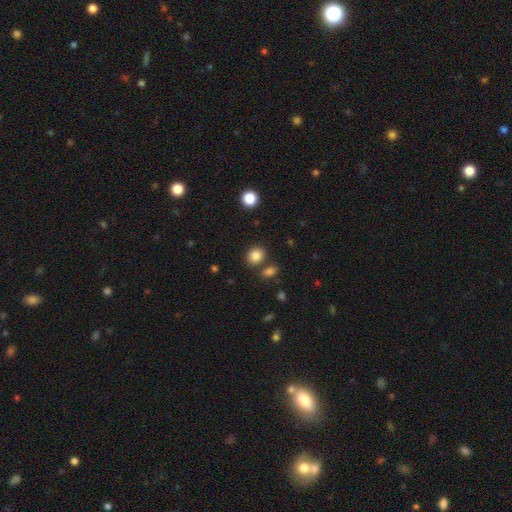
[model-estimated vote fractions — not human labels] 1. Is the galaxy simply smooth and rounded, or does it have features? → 84% smooth, 11% star or artifact, 5% featured or disk.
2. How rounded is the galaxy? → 61% round, 38% in between, 1% cigar-shaped.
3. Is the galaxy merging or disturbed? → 76% none, 11% merger, 9% minor disturbance, 3% major disturbance.